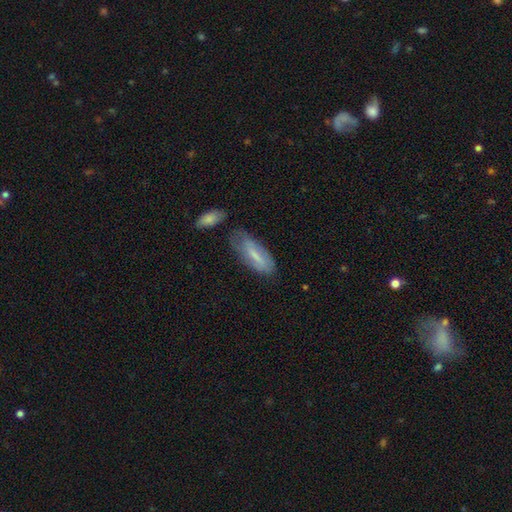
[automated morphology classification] type=smooth (60%); roundness=in between (66%); merging=none (52%).